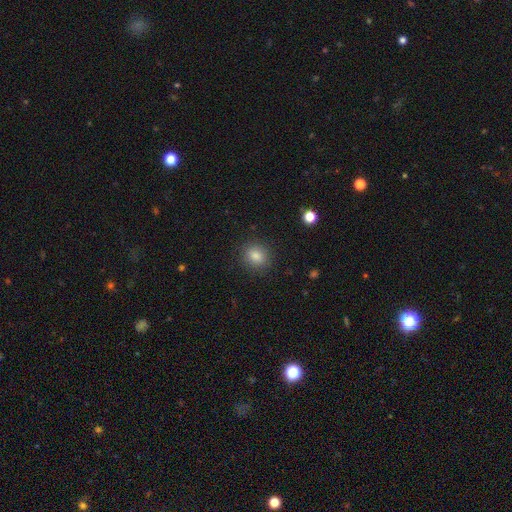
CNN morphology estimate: Smooth or featured: smooth — 84% (star or artifact — 11%)
How rounded: round — 72% (in between — 27%)
Merging: none — 89% (minor disturbance — 7%)